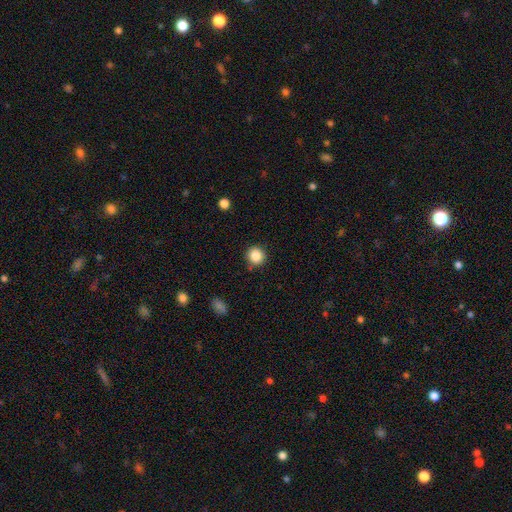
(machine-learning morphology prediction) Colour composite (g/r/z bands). It shows a smooth galaxy with no disk features (86%) that is round (93%). Merging: none (89%).